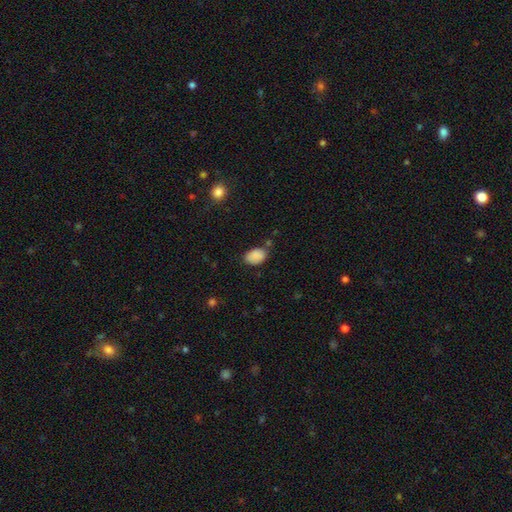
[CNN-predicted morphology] A smooth galaxy with no disk features (88%) that is in between round and cigar-shaped (84%). Merging: none (71%).